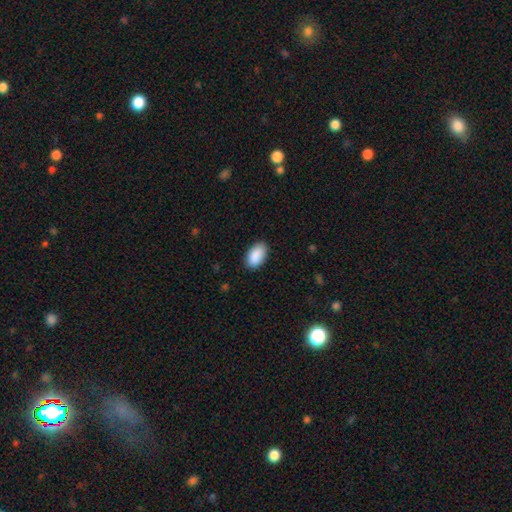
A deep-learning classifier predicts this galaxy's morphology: A smooth galaxy with no disk features (91%) that is in between round and cigar-shaped (95%).

Vote fractions:
- Smooth or featured? smooth: 91% / star or artifact: 6% / featured or disk: 3%
- How rounded? in between: 95% / round: 4% / cigar-shaped: 2%
- Merging? none: 86% / minor disturbance: 11% / major disturbance: 2% / merger: 1%